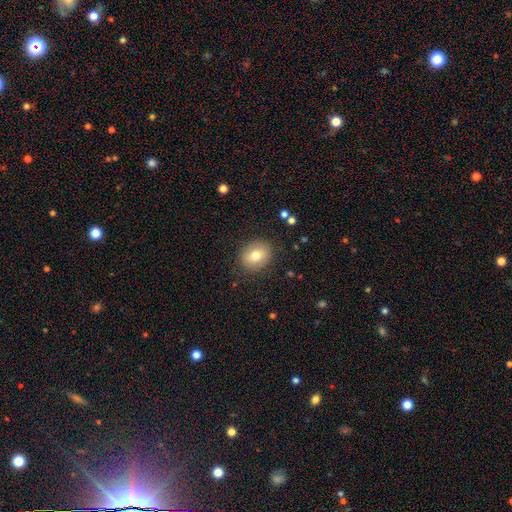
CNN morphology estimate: Smooth or featured? Predicted: smooth (p=0.76). How rounded? Predicted: round (p=0.62). Merging? Predicted: none (p=0.86).